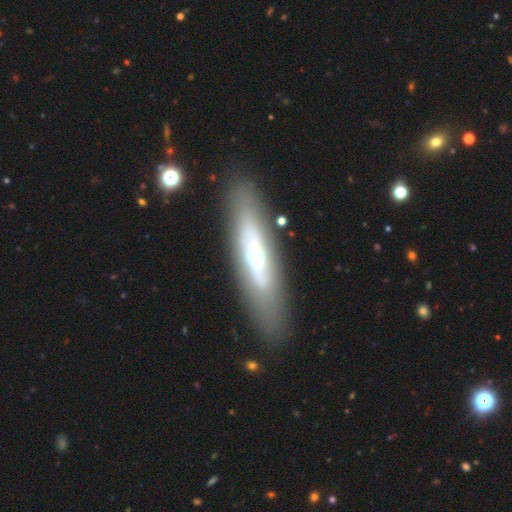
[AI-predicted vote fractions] The model was most divided on "edge-on disk": no: 54%, yes: 46%. More confident: merging — none (84%); smooth or featured — featured or disk (56%).